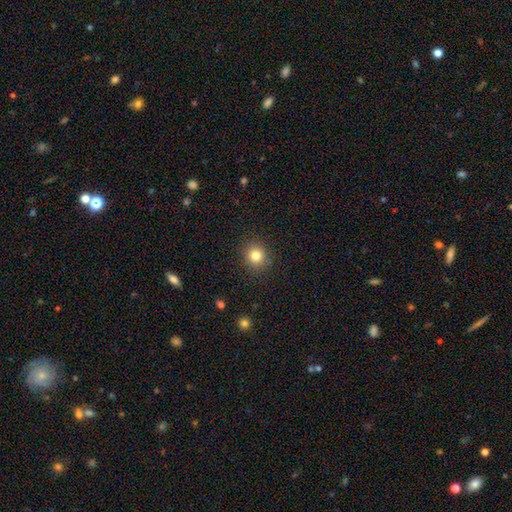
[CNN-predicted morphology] Smooth or featured?
  - smooth: 82% *
  - star or artifact: 12%
  - featured or disk: 7%
How rounded?
  - round: 87% *
  - in between: 12%
  - cigar-shaped: 1%
Merging?
  - none: 89% *
  - minor disturbance: 7%
  - major disturbance: 2%
  - merger: 1%